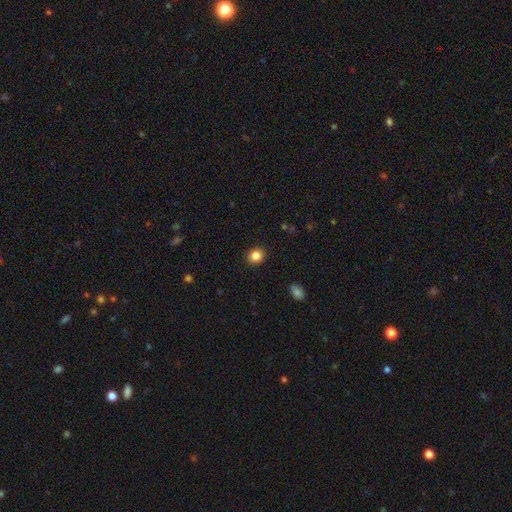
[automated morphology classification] Smooth or featured: smooth — 84% (star or artifact — 10%)
How rounded: round — 69% (in between — 30%)
Merging: none — 91% (minor disturbance — 7%)